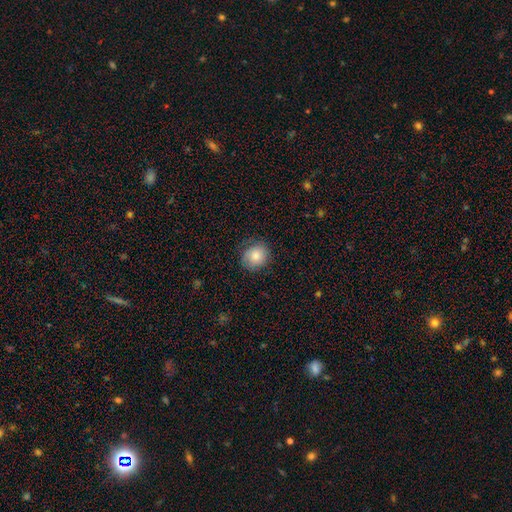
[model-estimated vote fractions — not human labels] Smooth or featured? smooth (81%)
How rounded? round (79%)
Merging? none (75%)